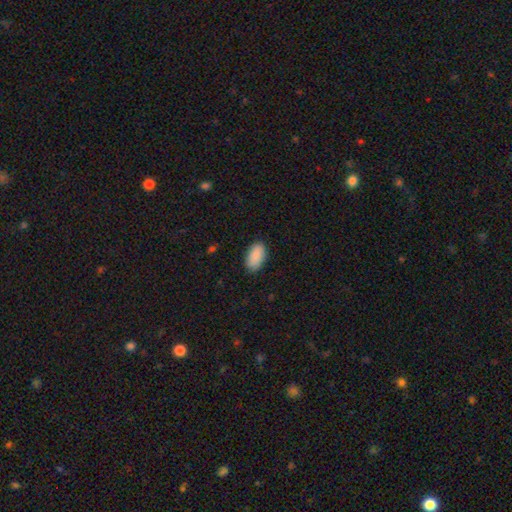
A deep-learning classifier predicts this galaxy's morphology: smooth 90%, star or artifact 6%, featured or disk 4%. Down the decision tree: how rounded — in between (94%); merging — none (87%).